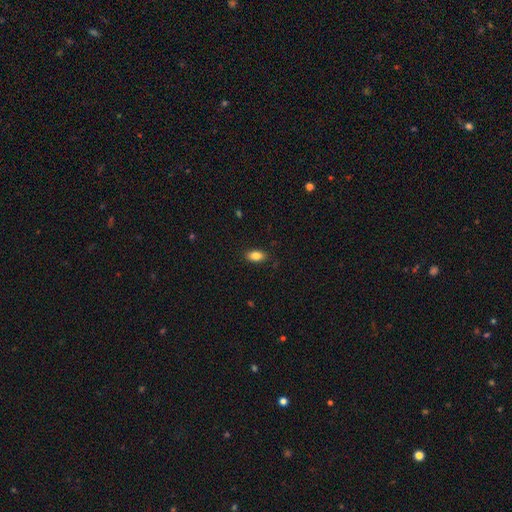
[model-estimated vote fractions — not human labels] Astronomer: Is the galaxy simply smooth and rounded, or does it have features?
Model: smooth — 85%.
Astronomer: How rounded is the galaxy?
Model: in between — 91%.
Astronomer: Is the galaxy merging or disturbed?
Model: none — 87%.